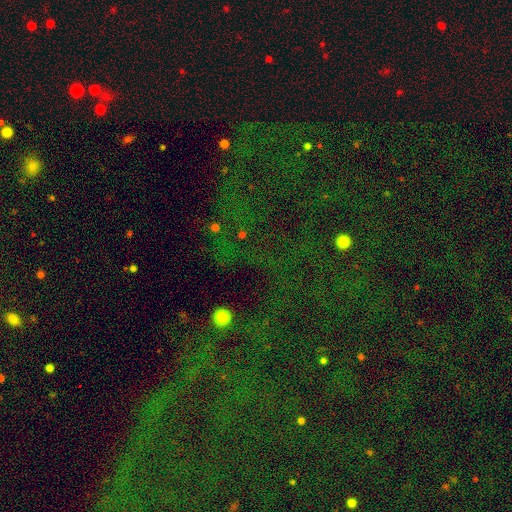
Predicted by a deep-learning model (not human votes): smooth_or_featured: star or artifact (p=0.72) [alt: smooth p=0.19]